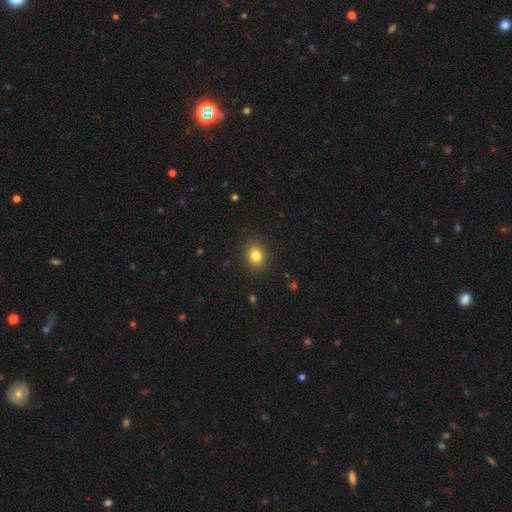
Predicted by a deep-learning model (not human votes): smooth 82%, star or artifact 11%, featured or disk 7%. Down the decision tree: how rounded — round (56%); merging — none (89%).